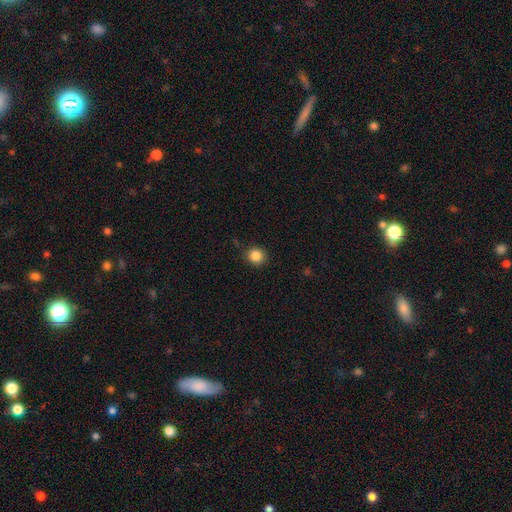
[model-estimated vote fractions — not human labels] smooth 85%, star or artifact 11%, featured or disk 4%. Down the decision tree: how rounded — round (91%); merging — none (89%).